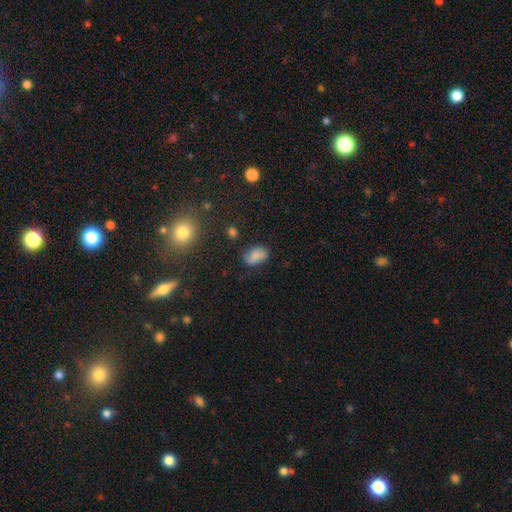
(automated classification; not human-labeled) Smooth or featured? Predicted: smooth (p=0.72). How rounded? Predicted: in between (p=0.85). Merging? Predicted: none (p=0.62).